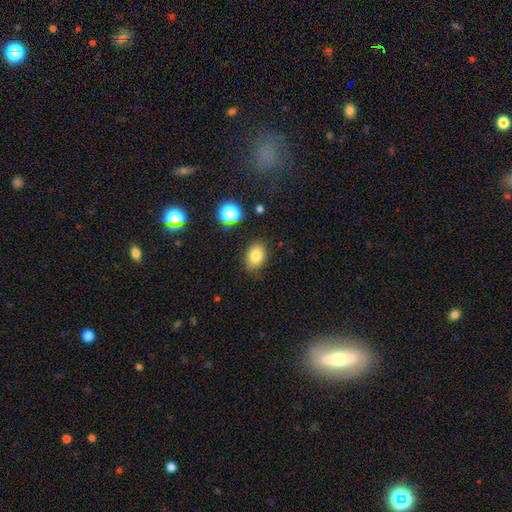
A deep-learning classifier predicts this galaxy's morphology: This is clearly a smooth galaxy (81%). How rounded: likely in between (76%). Merging: clearly none (81%).